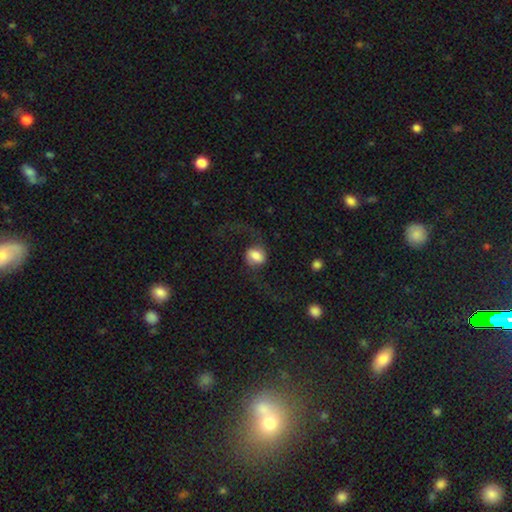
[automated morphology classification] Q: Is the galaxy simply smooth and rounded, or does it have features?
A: featured or disk — 54%.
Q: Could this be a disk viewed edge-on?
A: no — 96%.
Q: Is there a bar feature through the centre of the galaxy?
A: weak — 41%.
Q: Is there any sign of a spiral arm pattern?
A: yes — 89%.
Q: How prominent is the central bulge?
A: large — 36%.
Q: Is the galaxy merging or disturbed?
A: none — 55%.